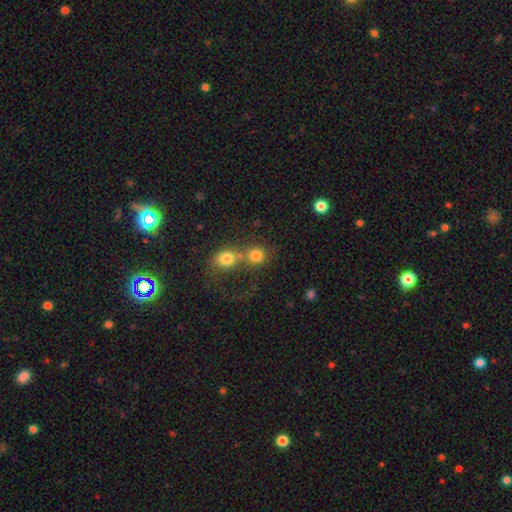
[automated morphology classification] Overall: smooth (79%). How rounded: round (83%). Merging: merger (51%; none 37%).